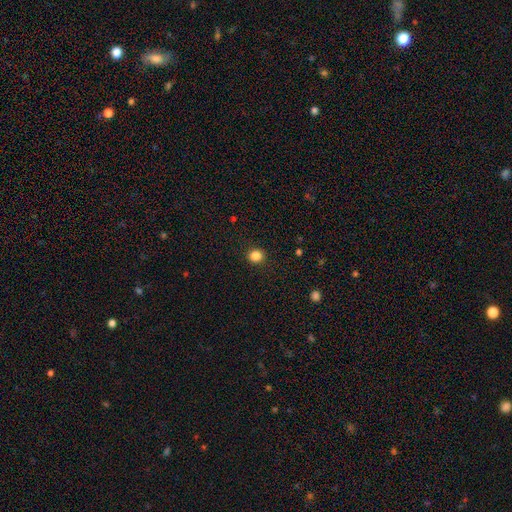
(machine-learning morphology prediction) Smooth or featured? Predicted: smooth (p=0.86). How rounded? Predicted: round (p=0.87). Merging? Predicted: none (p=0.91).